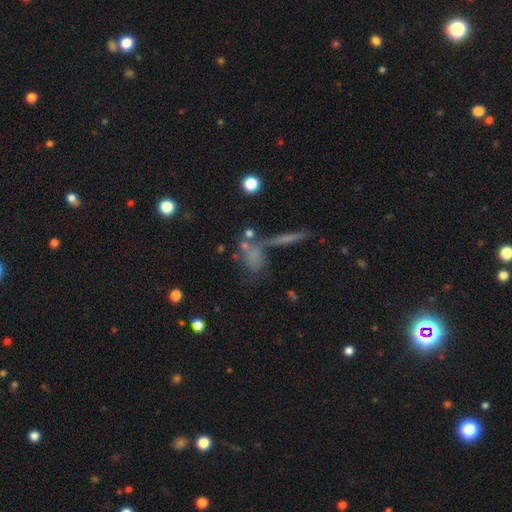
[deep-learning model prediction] smooth 45%, featured or disk 28%, star or artifact 27%. Down the decision tree: merging — none (47%).